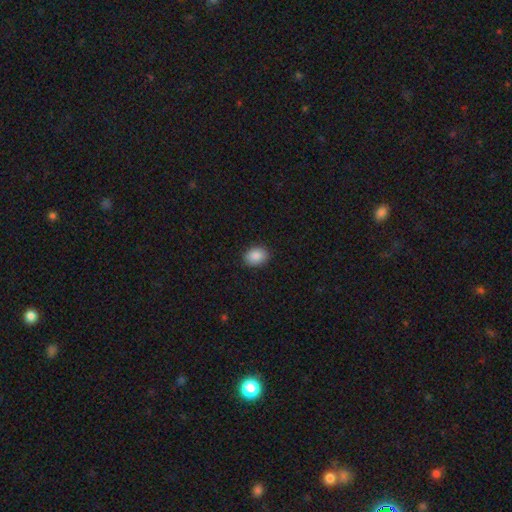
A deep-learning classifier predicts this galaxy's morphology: smooth 88%, star or artifact 8%, featured or disk 4%. Down the decision tree: how rounded — in between (66%); merging — none (90%).